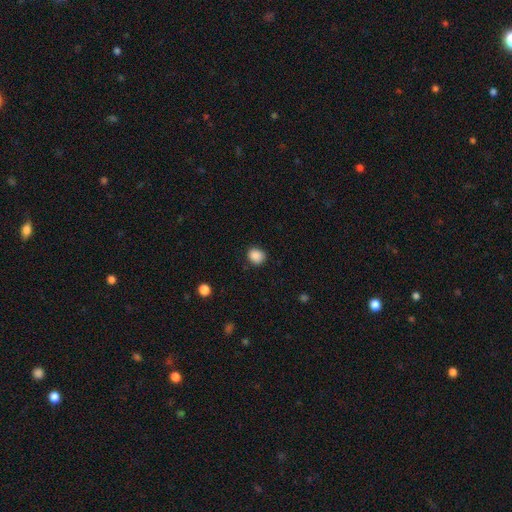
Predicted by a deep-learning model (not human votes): Smooth or featured: smooth — 88% (star or artifact — 10%)
How rounded: round — 69% (in between — 30%)
Merging: none — 84% (minor disturbance — 12%)